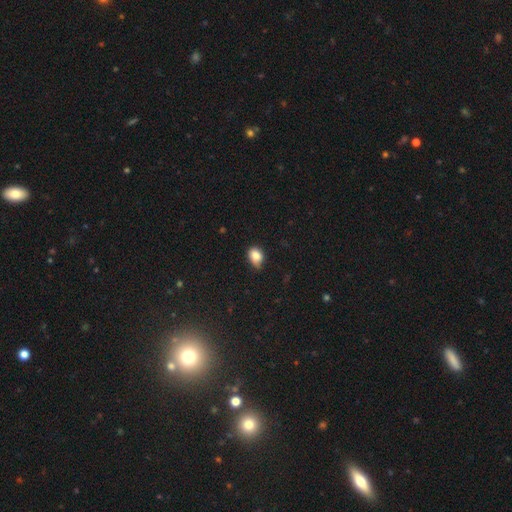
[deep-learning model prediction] Overall: smooth (85%). How rounded: in between (66%; round 32%). Merging: none (55%; minor disturbance 37%).